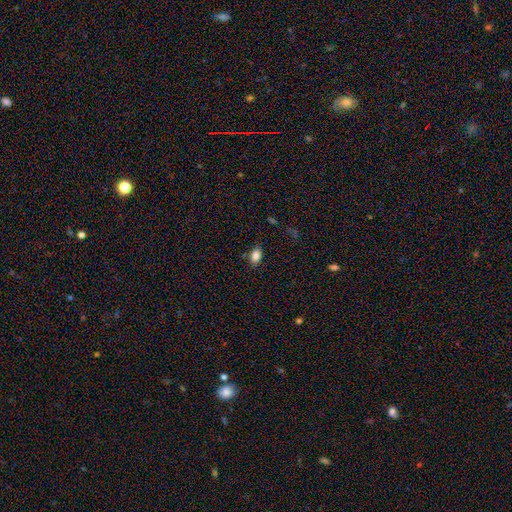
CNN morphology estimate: smooth_or_featured: smooth (p=0.84) [alt: star or artifact p=0.10]
how_rounded: in between (p=0.83) [alt: round p=0.15]
merging: none (p=0.81) [alt: minor disturbance p=0.13]